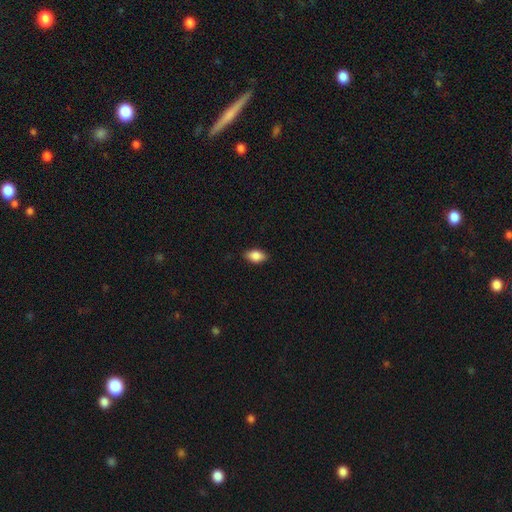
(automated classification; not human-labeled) Smooth or featured?
  - smooth: 86% *
  - star or artifact: 7%
  - featured or disk: 6%
How rounded?
  - in between: 90% *
  - round: 7%
  - cigar-shaped: 3%
Merging?
  - none: 86% *
  - minor disturbance: 11%
  - major disturbance: 2%
  - merger: 1%